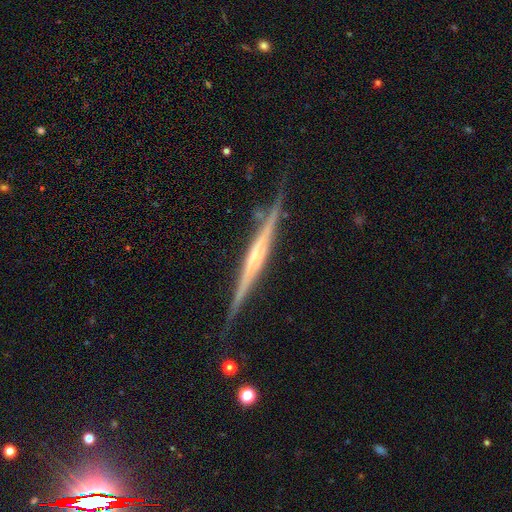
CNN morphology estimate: smooth-or-featured: featured or disk: 82% | smooth: 12% | star or artifact: 6%
  disk-edge-on: yes: 97% | no: 3%
    edge-on-bulge: rounded: 51% | none: 35% | boxy: 14%
  merging: none: 80% | minor disturbance: 14% | major disturbance: 3% | merger: 2%